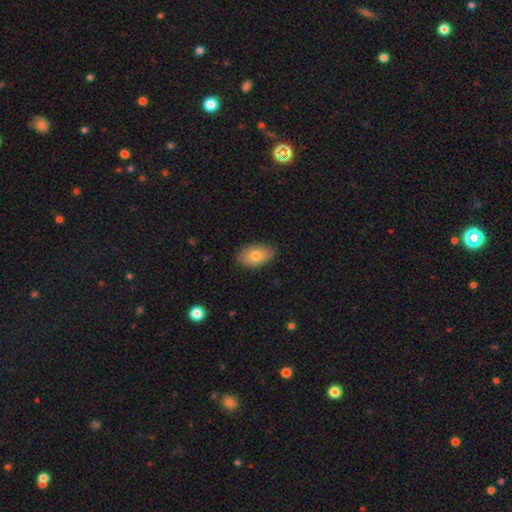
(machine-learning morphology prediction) Smooth or featured?
  - smooth: 79% *
  - featured or disk: 14%
  - star or artifact: 7%
How rounded?
  - in between: 90% *
  - round: 9%
  - cigar-shaped: 1%
Merging?
  - none: 85% *
  - minor disturbance: 12%
  - major disturbance: 2%
  - merger: 1%